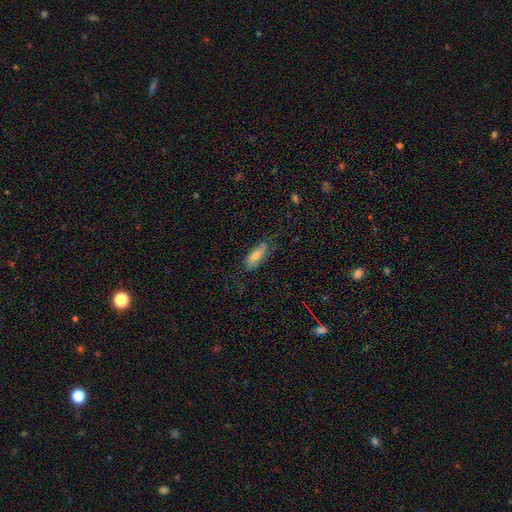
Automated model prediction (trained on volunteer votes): Morphology: type=smooth (62%); roundness=in between (66%); merging=none (65%).